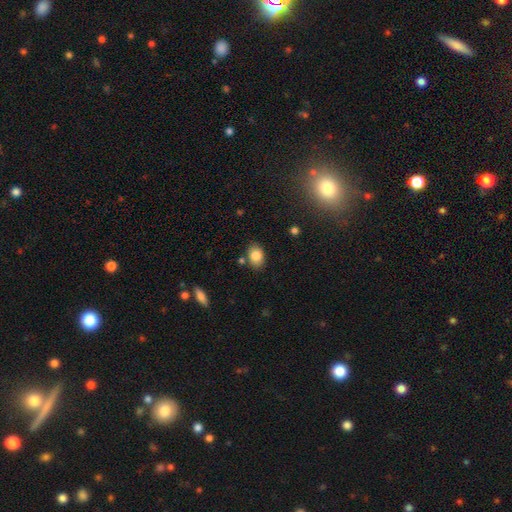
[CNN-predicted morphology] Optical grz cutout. It shows a smooth galaxy with no disk features (83%) that is in between round and cigar-shaped (75%). Merging: none (80%).